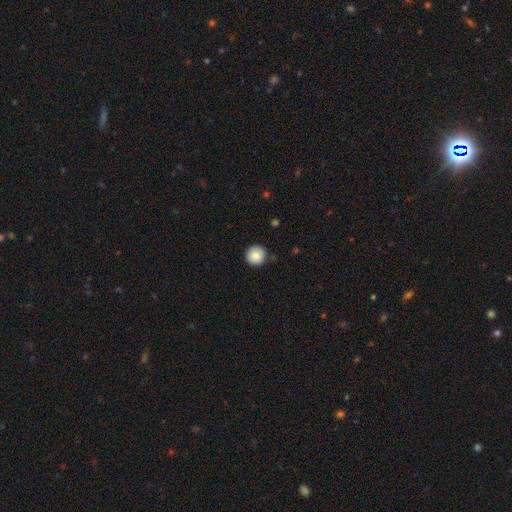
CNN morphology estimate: Smooth or featured? Predicted: smooth (p=0.81). How rounded? Predicted: round (p=0.95). Merging? Predicted: none (p=0.87).